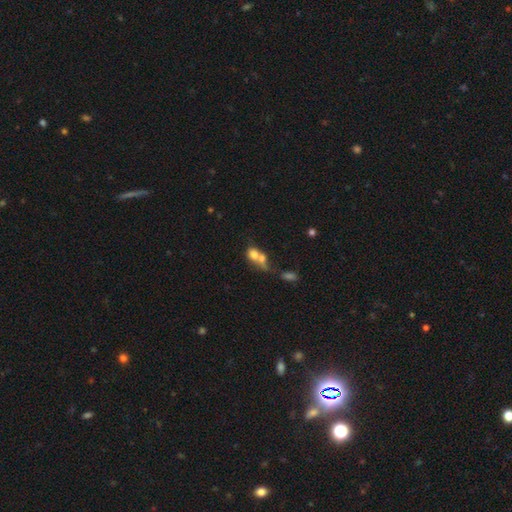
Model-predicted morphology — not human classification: A smooth galaxy with no disk features (67%) that is in between round and cigar-shaped (51%). Merging: merger (70%).